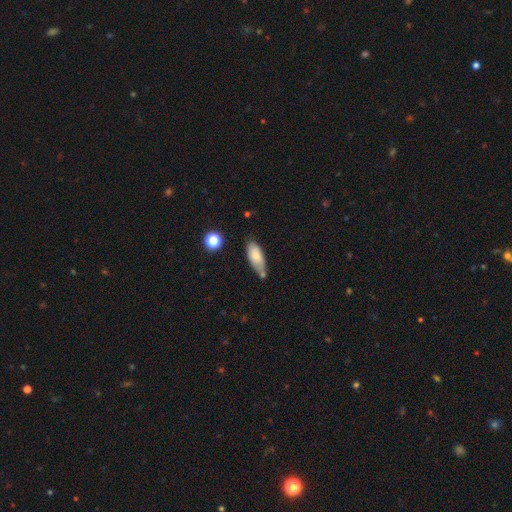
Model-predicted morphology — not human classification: A smooth galaxy with no disk features (74%) that is in between round and cigar-shaped (80%). Merging: none (54%).